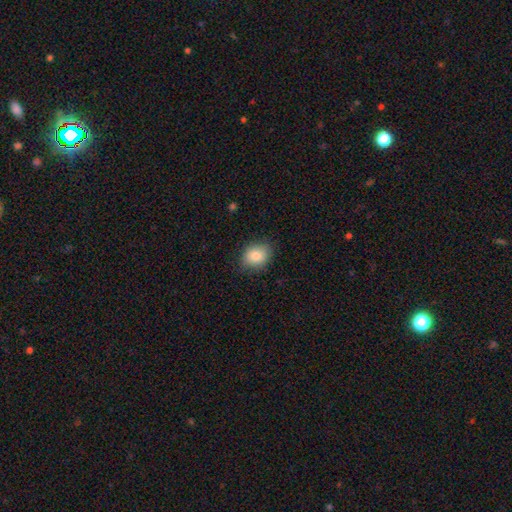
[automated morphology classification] smooth 82%, featured or disk 9%, star or artifact 9%. Down the decision tree: how rounded — in between (51%); merging — none (83%).